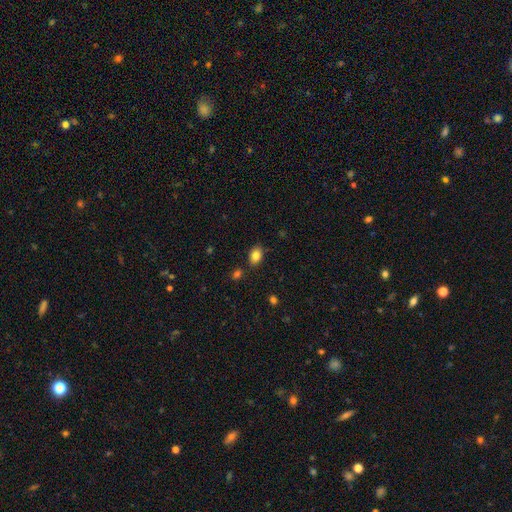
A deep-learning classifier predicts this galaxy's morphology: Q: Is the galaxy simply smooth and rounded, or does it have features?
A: smooth — 83%.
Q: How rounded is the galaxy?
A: in between — 74%.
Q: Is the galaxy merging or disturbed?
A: none — 82%.